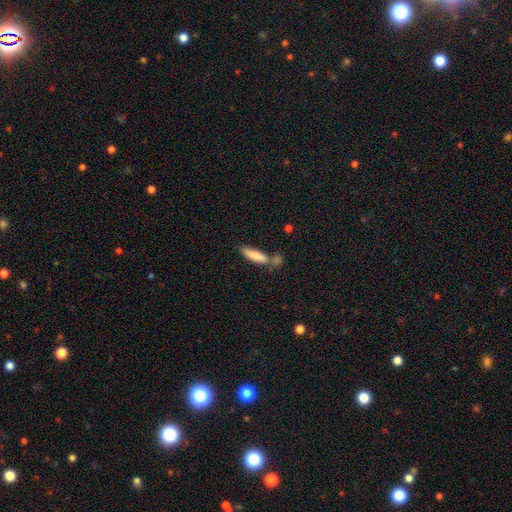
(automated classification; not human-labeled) Smooth or featured: smooth — 77% (featured or disk — 16%)
How rounded: cigar-shaped — 67% (in between — 31%)
Merging: none — 56% (merger — 23%)